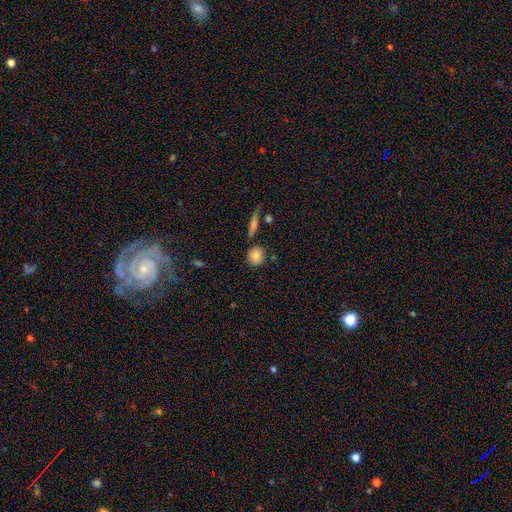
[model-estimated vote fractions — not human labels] smooth_or_featured: smooth (p=0.82) [alt: featured or disk p=0.09]
how_rounded: round (p=0.81) [alt: in between p=0.17]
merging: none (p=0.80) [alt: minor disturbance p=0.11]